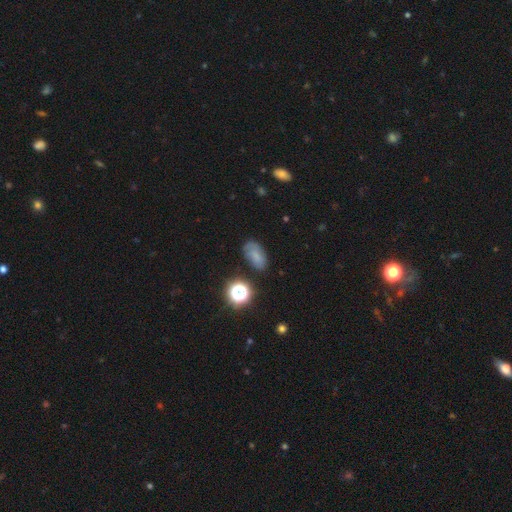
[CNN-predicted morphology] type=smooth (61%); roundness=in between (86%); merging=none (65%).